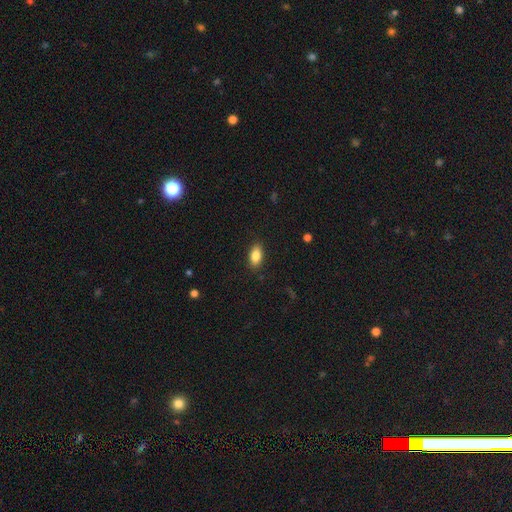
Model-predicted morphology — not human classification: A smooth galaxy with no disk features (85%) that is in between round and cigar-shaped (90%).

Vote fractions:
- Smooth or featured? smooth: 85% / star or artifact: 8% / featured or disk: 7%
- How rounded? in between: 90% / cigar-shaped: 6% / round: 4%
- Merging? none: 88% / minor disturbance: 9% / major disturbance: 2% / merger: 1%